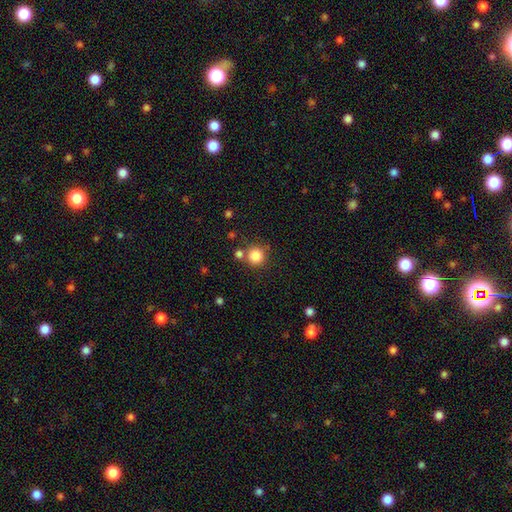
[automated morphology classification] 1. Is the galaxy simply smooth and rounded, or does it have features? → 84% smooth, 11% star or artifact, 5% featured or disk.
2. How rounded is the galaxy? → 93% round, 6% in between, 1% cigar-shaped.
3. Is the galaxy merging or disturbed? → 74% none, 13% merger, 9% minor disturbance, 4% major disturbance.